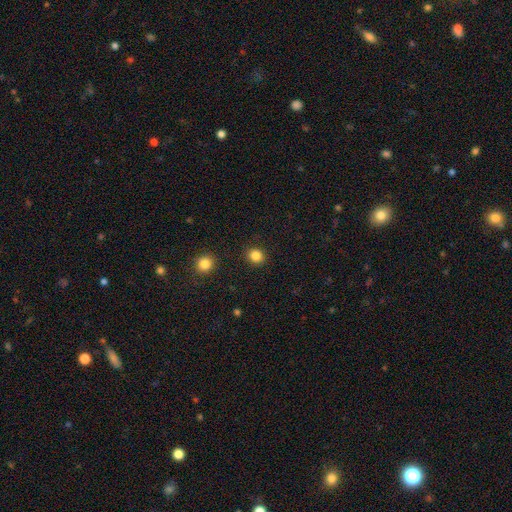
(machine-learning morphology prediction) smooth 84%, star or artifact 11%, featured or disk 4%. Down the decision tree: how rounded — round (77%); merging — none (90%).